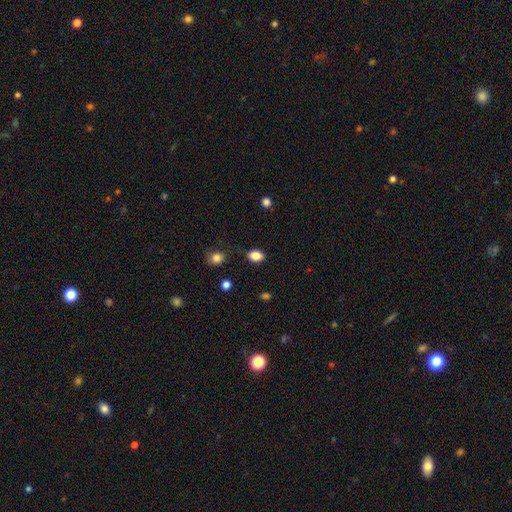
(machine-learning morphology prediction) The model was most divided on "how rounded": in between: 75%, round: 23%, cigar-shaped: 1%. More confident: smooth or featured — smooth (86%); merging — none (82%).